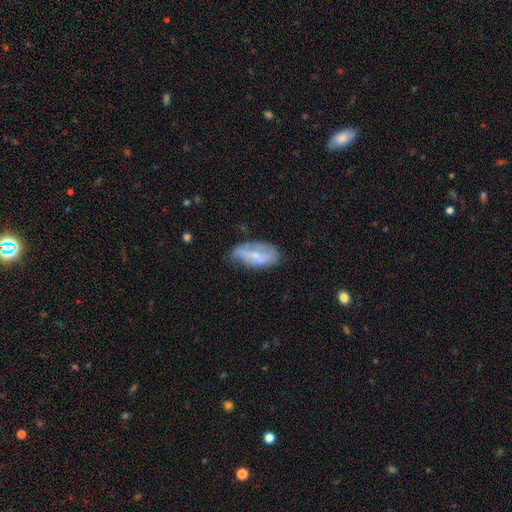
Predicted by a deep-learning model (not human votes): Overall: featured or disk (49%; smooth 43%). Merging: none (56%; minor disturbance 31%).